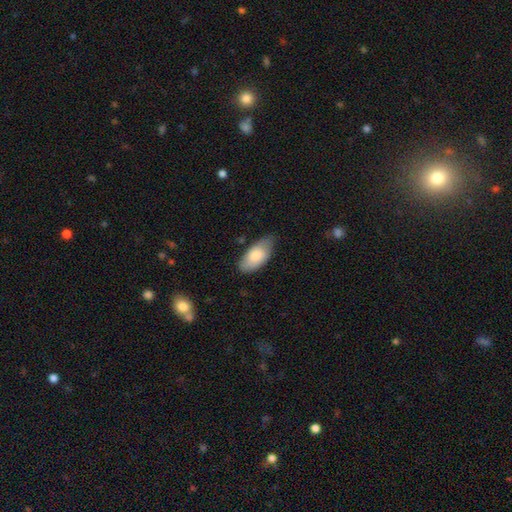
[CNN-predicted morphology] A smooth galaxy with no disk features (80%) that is in between round and cigar-shaped (93%). Merging: none (68%).